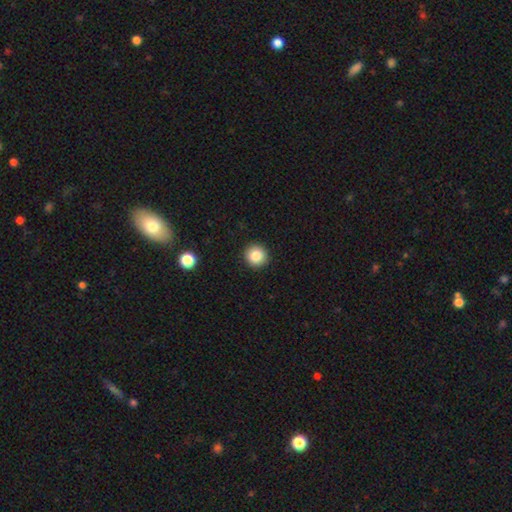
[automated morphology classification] A smooth galaxy with no disk features (84%) that is round (94%).

Vote fractions:
- Smooth or featured? smooth: 84% / star or artifact: 10% / featured or disk: 6%
- How rounded? round: 94% / in between: 5% / cigar-shaped: 1%
- Merging? none: 93% / minor disturbance: 5% / major disturbance: 2% / merger: 1%